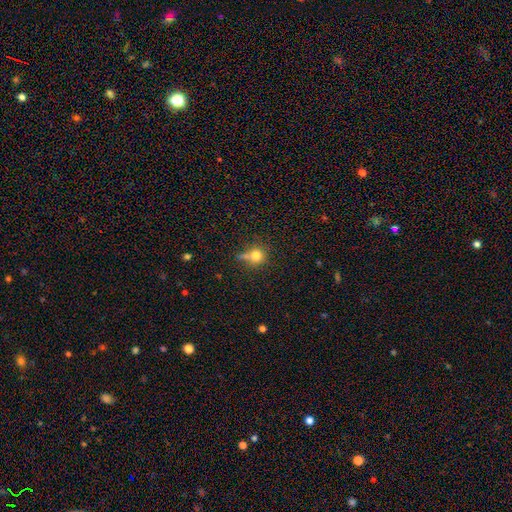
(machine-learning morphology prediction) This is likely a smooth galaxy (76%). How rounded: clearly round (88%). Merging: possibly none (56%).